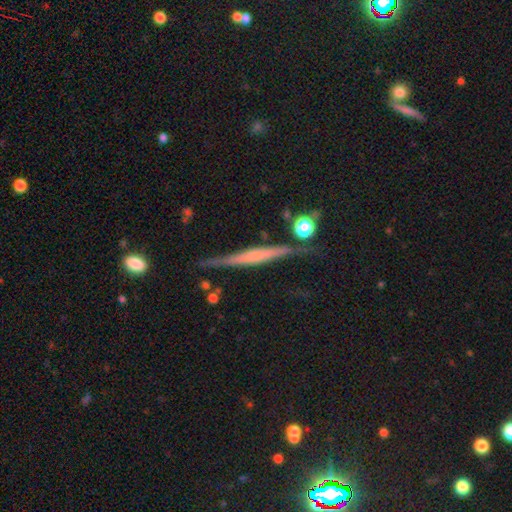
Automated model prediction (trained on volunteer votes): Overall: featured or disk (68%). Edge-on disk: yes (97%). Edge-on bulge: rounded (39%; none 34%). Merging: none (81%).